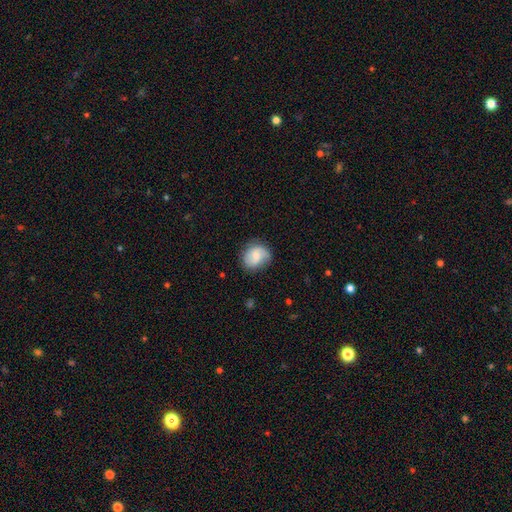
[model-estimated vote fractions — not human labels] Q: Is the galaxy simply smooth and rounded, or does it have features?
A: smooth — 59%.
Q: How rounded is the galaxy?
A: round — 64%.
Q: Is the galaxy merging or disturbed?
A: none — 66%.